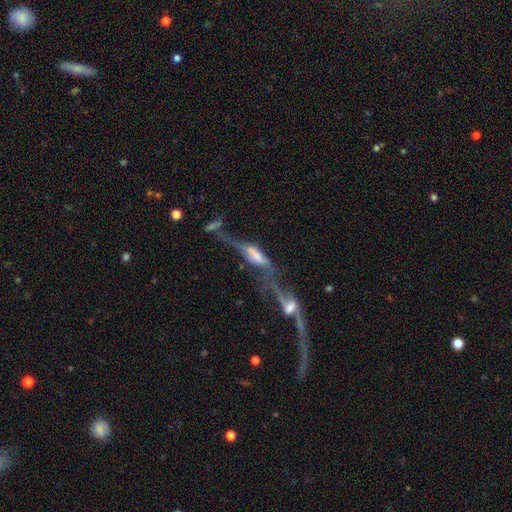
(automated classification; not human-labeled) Smooth or featured? Predicted: featured or disk (p=0.57). Edge-on disk? Predicted: no (p=0.55). Merging? Predicted: merger (p=0.63).